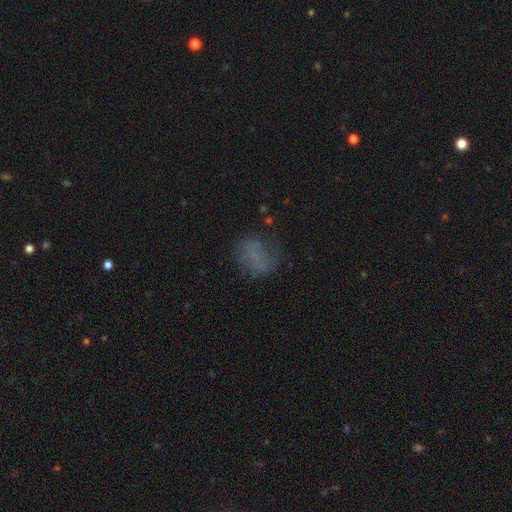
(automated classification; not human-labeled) Morphology: type=smooth (50%); merging=none (53%).